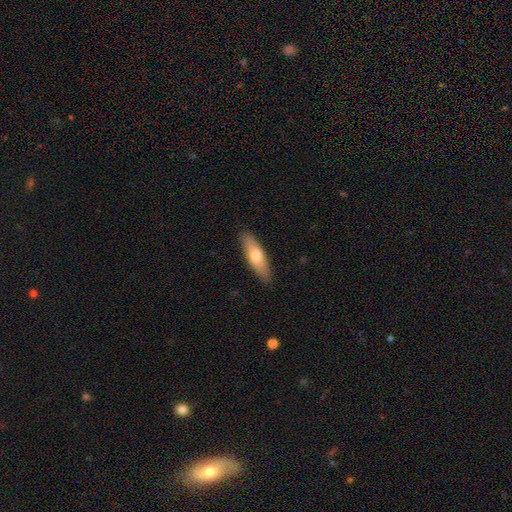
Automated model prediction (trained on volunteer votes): Q: Smooth or featured?
A: smooth (68%); runner-up: featured or disk (26%)
Q: How rounded?
A: cigar-shaped (53%); runner-up: in between (45%)
Q: Merging?
A: none (88%); runner-up: minor disturbance (9%)